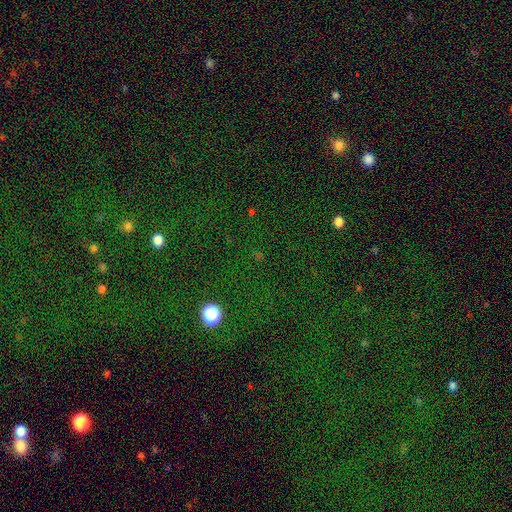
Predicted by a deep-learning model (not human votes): Smooth or featured? Predicted: star or artifact (p=0.79).